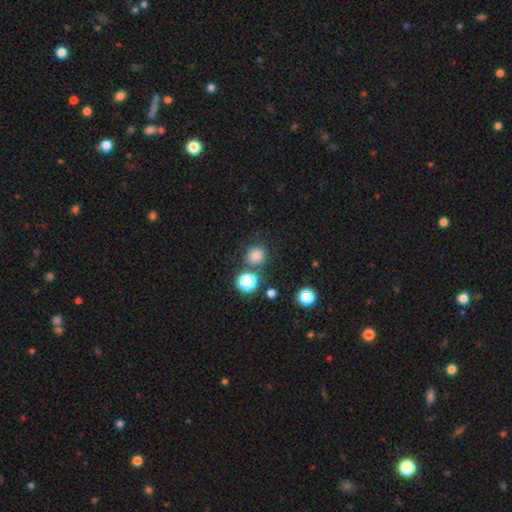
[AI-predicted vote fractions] Smooth or featured? Predicted: smooth (p=0.79). How rounded? Predicted: round (p=0.85). Merging? Predicted: none (p=0.79).